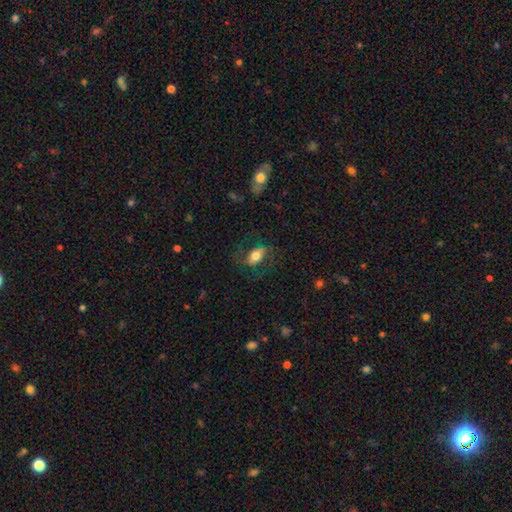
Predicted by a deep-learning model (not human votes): A smooth galaxy with no disk features (58%) that is in between round and cigar-shaped (85%).

Vote fractions:
- Smooth or featured? smooth: 58% / featured or disk: 34% / star or artifact: 8%
- How rounded? in between: 85% / round: 11% / cigar-shaped: 4%
- Merging? none: 67% / minor disturbance: 17% / major disturbance: 15% / merger: 1%